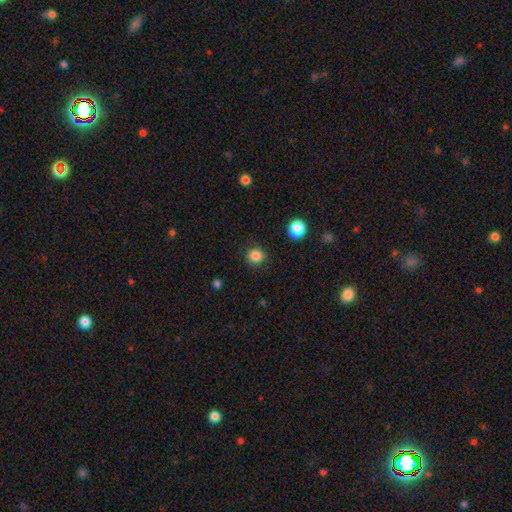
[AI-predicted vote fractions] smooth_or_featured: smooth (p=0.85) [alt: star or artifact p=0.11]
how_rounded: round (p=0.88) [alt: in between p=0.11]
merging: none (p=0.89) [alt: minor disturbance p=0.08]